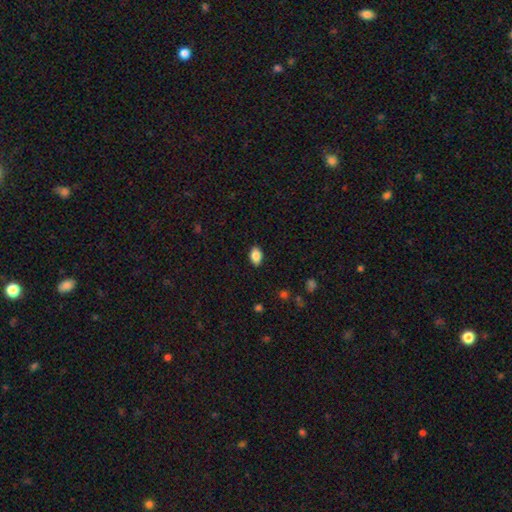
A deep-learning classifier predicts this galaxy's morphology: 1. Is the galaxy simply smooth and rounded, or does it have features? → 86% smooth, 8% star or artifact, 6% featured or disk.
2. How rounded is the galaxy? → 88% in between, 10% round, 2% cigar-shaped.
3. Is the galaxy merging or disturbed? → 88% none, 9% minor disturbance, 2% major disturbance, 1% merger.